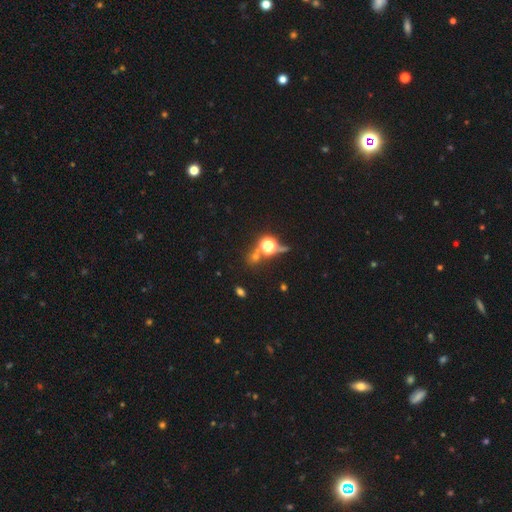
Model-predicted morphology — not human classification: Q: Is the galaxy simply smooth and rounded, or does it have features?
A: star or artifact — 52%.